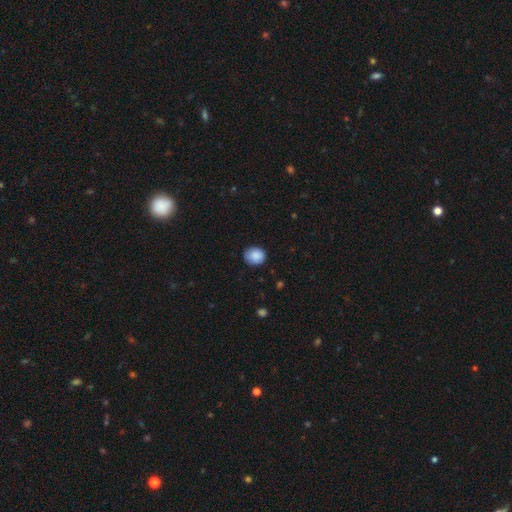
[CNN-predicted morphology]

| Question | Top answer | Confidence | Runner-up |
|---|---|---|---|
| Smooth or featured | smooth | 87% | star or artifact (8%) |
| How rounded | round | 72% | in between (27%) |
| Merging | none | 80% | minor disturbance (16%) |